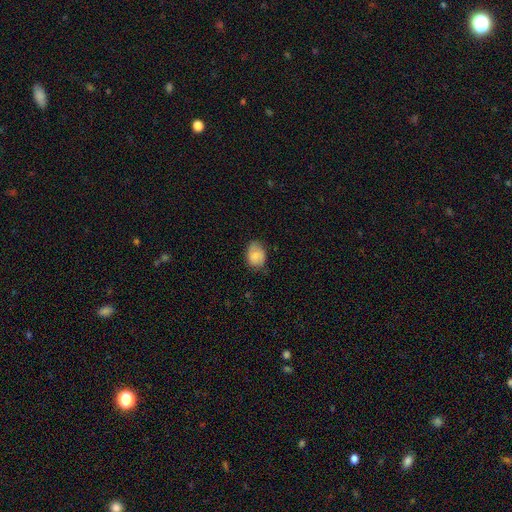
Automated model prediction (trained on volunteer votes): This is likely a smooth galaxy (80%). How rounded: likely in between (66%). Merging: likely none (66%).